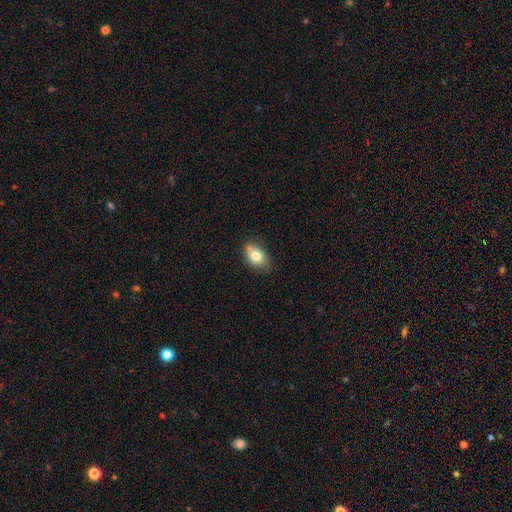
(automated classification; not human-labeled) This appears to be a smooth galaxy with no disk features (78%) that is in between round and cigar-shaped (75%). Merging: none (63%).